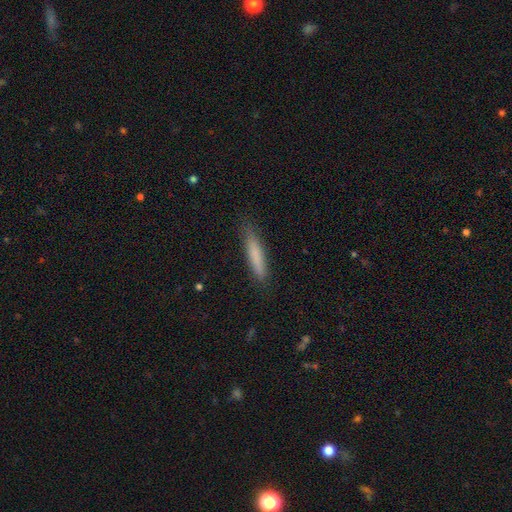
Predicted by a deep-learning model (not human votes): Smooth or featured: smooth — 78% (featured or disk — 16%)
How rounded: cigar-shaped — 90% (in between — 9%)
Merging: none — 84% (minor disturbance — 13%)